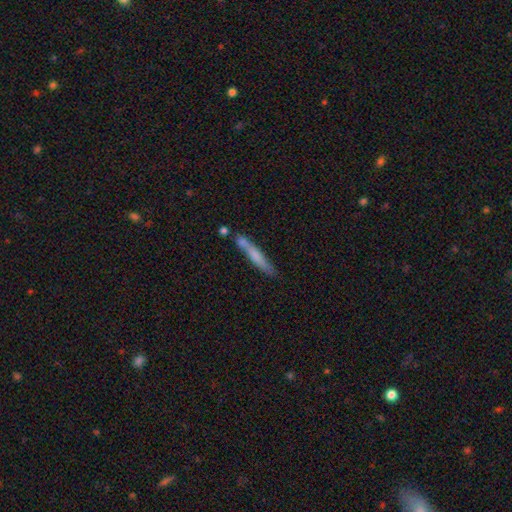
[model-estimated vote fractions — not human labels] The model was most divided on "smooth or featured": smooth: 64%, featured or disk: 29%, star or artifact: 6%. More confident: how rounded — cigar-shaped (92%); merging — none (62%).